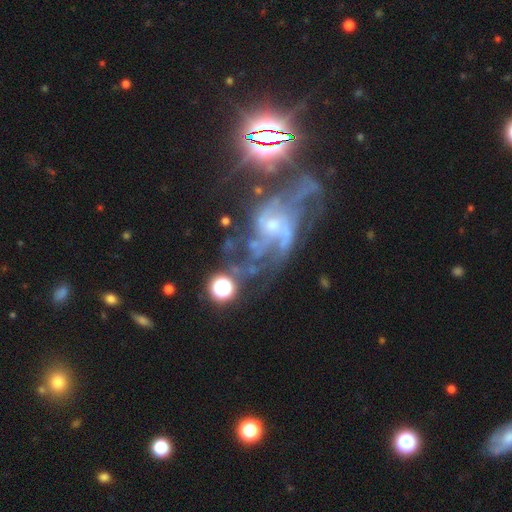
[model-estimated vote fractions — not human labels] Q: Smooth or featured?
A: featured or disk (74%); runner-up: star or artifact (20%)
Q: Edge-on disk?
A: no (96%); runner-up: yes (4%)
Q: Bar?
A: no (53%); runner-up: weak (34%)
Q: Spiral arms?
A: yes (90%); runner-up: no (10%)
Q: Spiral winding?
A: medium (45%); runner-up: loose (35%)
Q: Spiral arm count?
A: 2 (32%); runner-up: can't tell (28%)
Q: Bulge size?
A: small (68%); runner-up: moderate (20%)
Q: Merging?
A: none (44%); runner-up: major disturbance (29%)